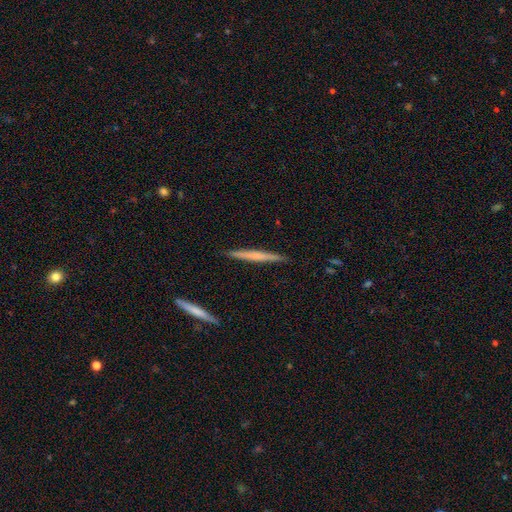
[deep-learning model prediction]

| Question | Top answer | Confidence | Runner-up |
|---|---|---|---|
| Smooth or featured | featured or disk | 48% | smooth (46%) |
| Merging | none | 90% | minor disturbance (7%) |